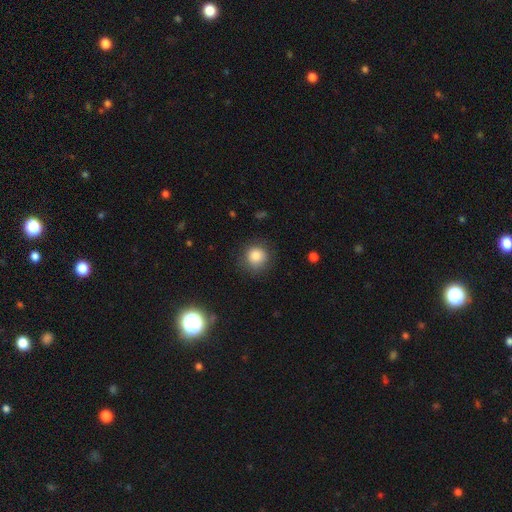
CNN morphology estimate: Smooth or featured? smooth (84%)
How rounded? round (90%)
Merging? none (82%)